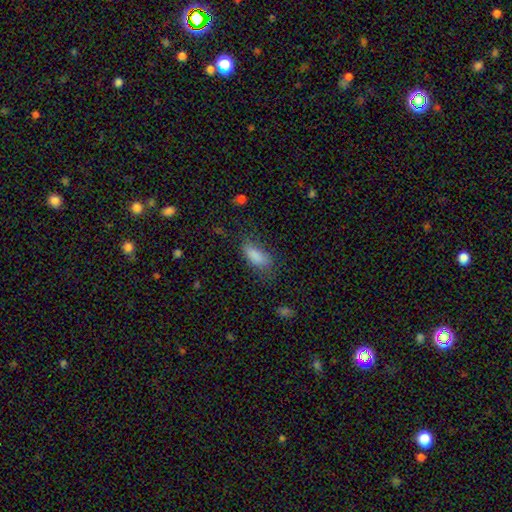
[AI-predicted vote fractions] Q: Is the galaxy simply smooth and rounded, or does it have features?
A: smooth — 84%.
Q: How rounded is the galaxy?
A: in between — 86%.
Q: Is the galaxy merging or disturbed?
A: none — 57%.